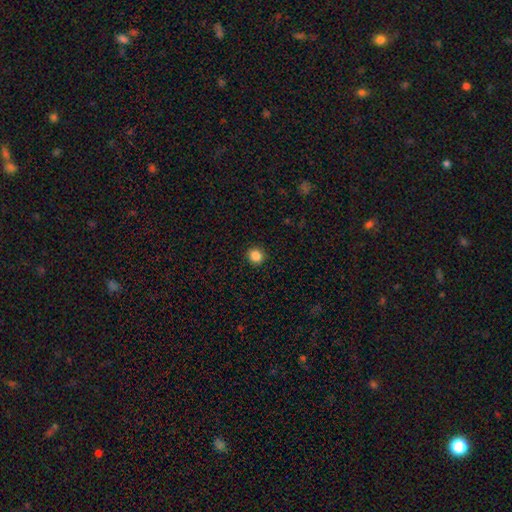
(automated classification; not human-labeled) Smooth or featured? smooth (86%)
How rounded? round (89%)
Merging? none (92%)